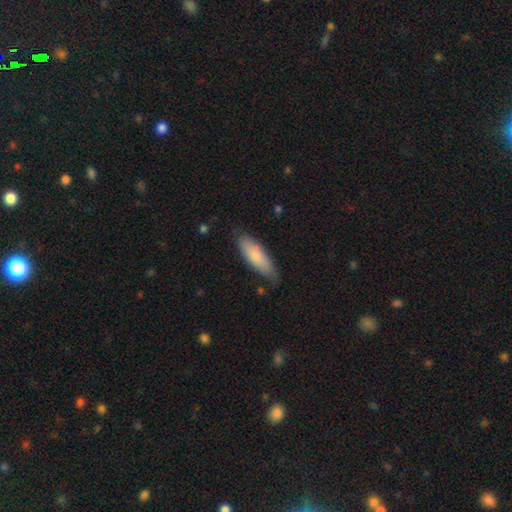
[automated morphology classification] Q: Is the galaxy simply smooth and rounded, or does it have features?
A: smooth — 79%.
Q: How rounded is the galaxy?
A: in between — 55%.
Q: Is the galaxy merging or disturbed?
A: none — 78%.